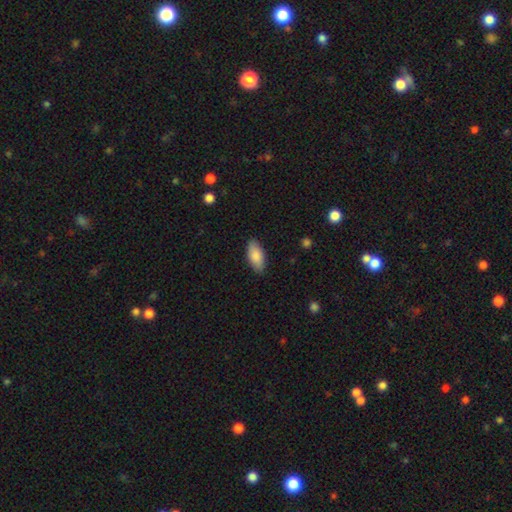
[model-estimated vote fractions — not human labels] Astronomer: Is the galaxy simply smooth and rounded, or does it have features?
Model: smooth — 85%.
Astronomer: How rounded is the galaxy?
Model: in between — 89%.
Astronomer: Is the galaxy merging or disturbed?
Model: none — 86%.